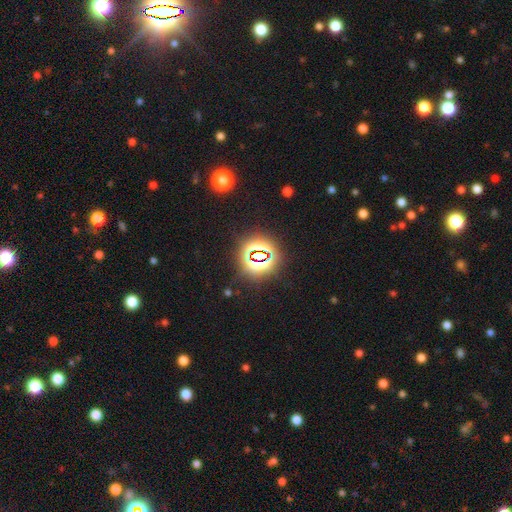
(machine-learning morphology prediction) Smooth or featured?
  - star or artifact: 76% *
  - smooth: 16%
  - featured or disk: 8%